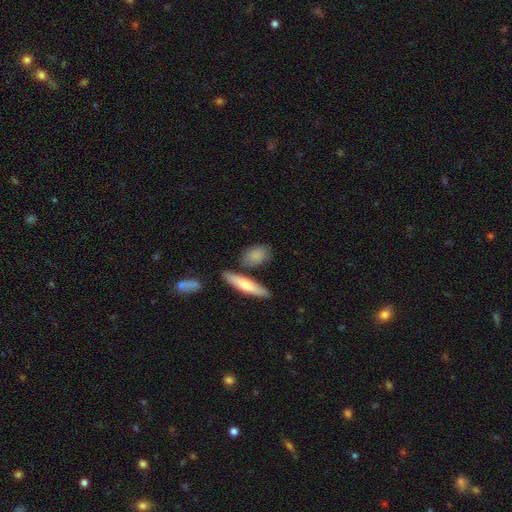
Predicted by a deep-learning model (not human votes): Smooth or featured: smooth — 82% (featured or disk — 13%)
How rounded: in between — 71% (round — 15%)
Merging: none — 72% (minor disturbance — 15%)